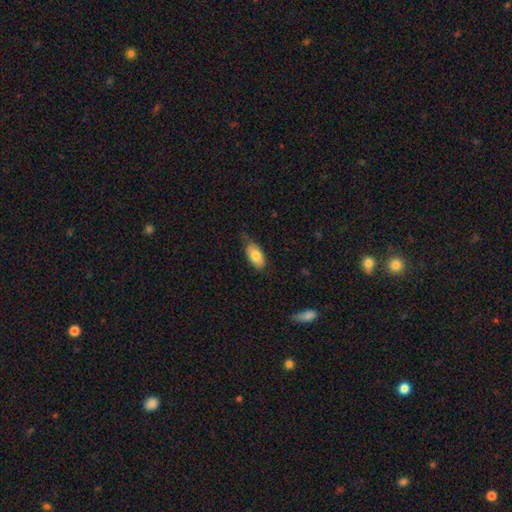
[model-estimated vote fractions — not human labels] A smooth galaxy with no disk features (79%) that is in between round and cigar-shaped (92%). Merging: none (71%).